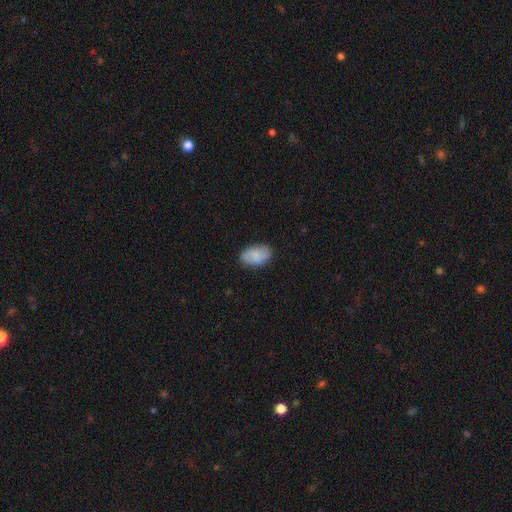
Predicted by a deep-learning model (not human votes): Smooth or featured?
  - smooth: 80% *
  - featured or disk: 13%
  - star or artifact: 7%
How rounded?
  - in between: 92% *
  - round: 7%
  - cigar-shaped: 1%
Merging?
  - none: 83% *
  - minor disturbance: 13%
  - major disturbance: 3%
  - merger: 1%